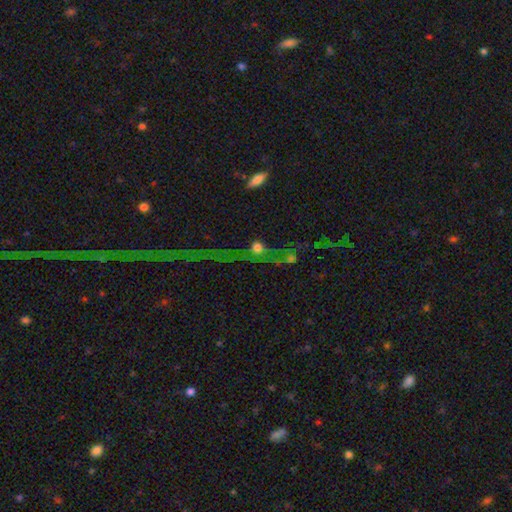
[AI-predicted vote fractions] Smooth or featured? Predicted: star or artifact (p=0.79).